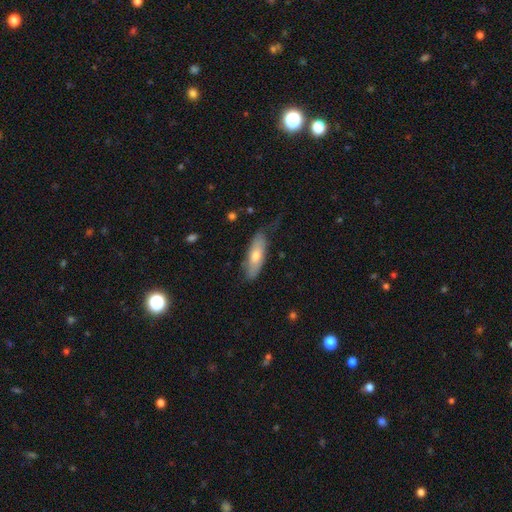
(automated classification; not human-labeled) Morphology: type=smooth (62%); roundness=in between (58%); merging=none (63%).